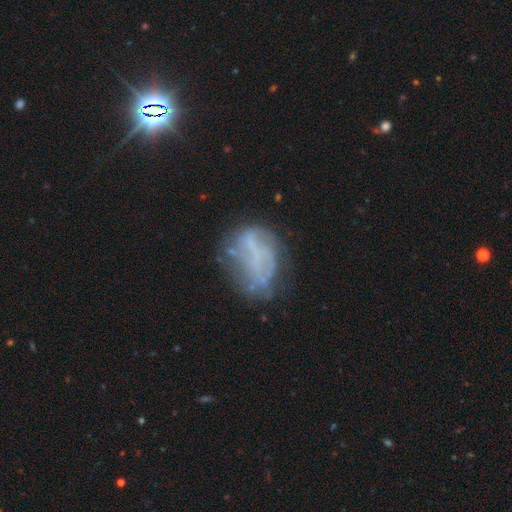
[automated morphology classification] A featured or disk galaxy (57%) with no bar (71%), no spiral arms (70%) and no central bulge (79%). Merging: none (49%).